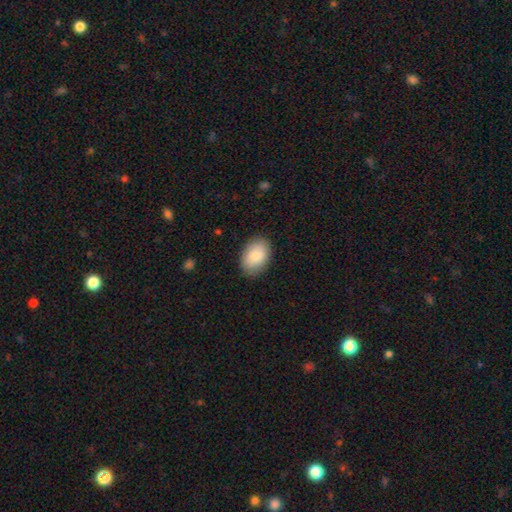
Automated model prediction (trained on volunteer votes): Q: Smooth or featured?
A: smooth (84%); runner-up: featured or disk (10%)
Q: How rounded?
A: in between (87%); runner-up: round (12%)
Q: Merging?
A: none (86%); runner-up: minor disturbance (11%)